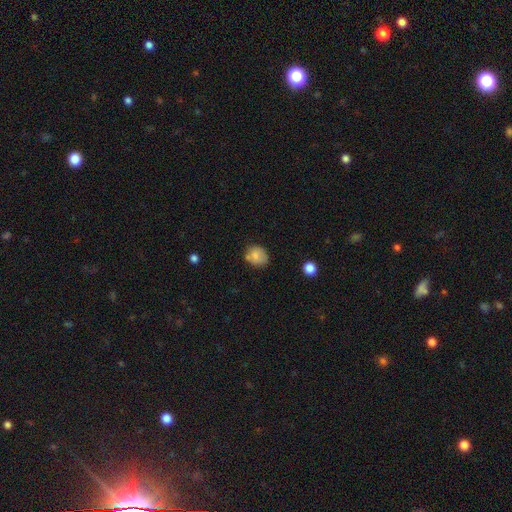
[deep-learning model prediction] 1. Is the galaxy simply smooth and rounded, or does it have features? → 76% smooth, 14% featured or disk, 9% star or artifact.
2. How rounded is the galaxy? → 60% round, 39% in between, 1% cigar-shaped.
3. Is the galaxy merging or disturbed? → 66% none, 23% minor disturbance, 7% merger, 5% major disturbance.